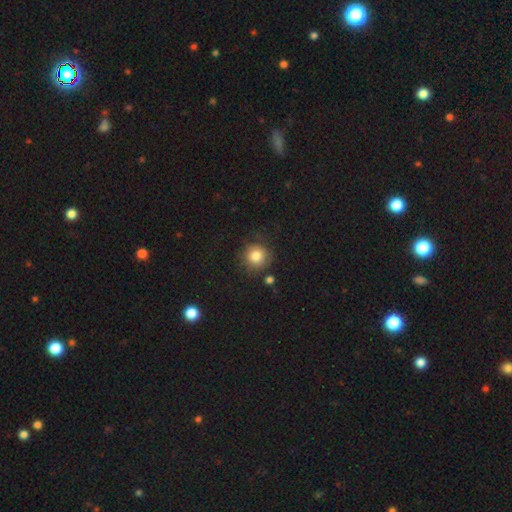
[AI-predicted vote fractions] Smooth or featured: smooth — 83% (star or artifact — 10%)
How rounded: round — 92% (in between — 7%)
Merging: none — 79% (minor disturbance — 13%)